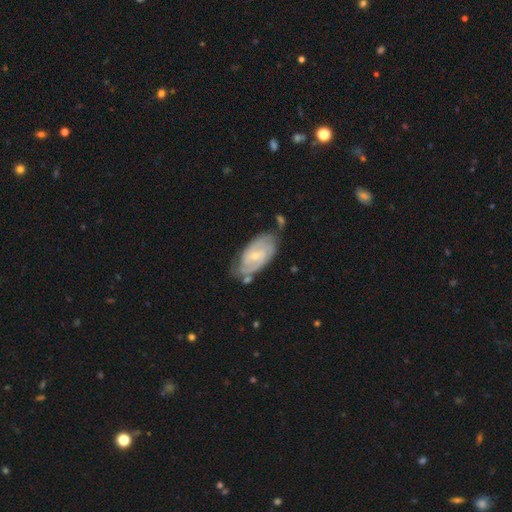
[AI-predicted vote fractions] smooth-or-featured: featured or disk: 81% | smooth: 14% | star or artifact: 5%
  disk-edge-on: no: 95% | yes: 5%
    bar: weak: 49% | no: 37% | strong: 14%
    has-spiral-arms: yes: 94% | no: 6%
      spiral-winding: tight: 54% | medium: 36% | loose: 10%
      spiral-arm-count: 2: 67% | can't tell: 17% | 3: 9% | 1: 3% | 4: 3% | more than 4: 2%
    bulge-size: small: 67% | moderate: 29% | none: 2% | large: 1% | dominant: 1%
  merging: none: 64% | minor disturbance: 23% | merger: 7% | major disturbance: 6%